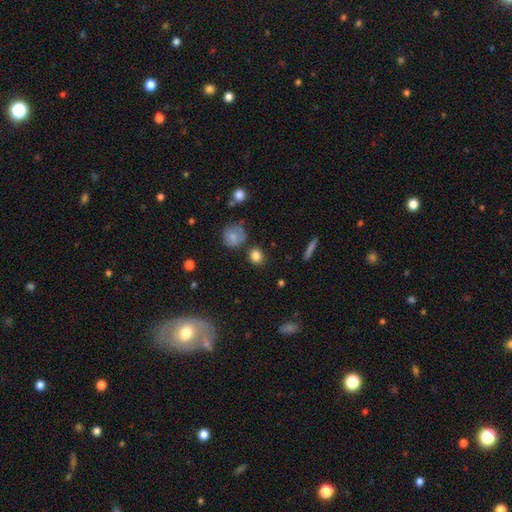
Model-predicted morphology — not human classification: smooth 84%, star or artifact 10%, featured or disk 6%. Down the decision tree: how rounded — round (80%); merging — none (82%).